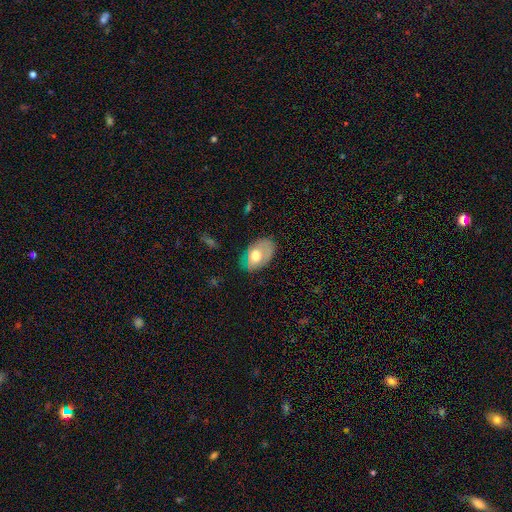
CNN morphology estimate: type=smooth (59%); roundness=in between (87%); merging=none (61%).